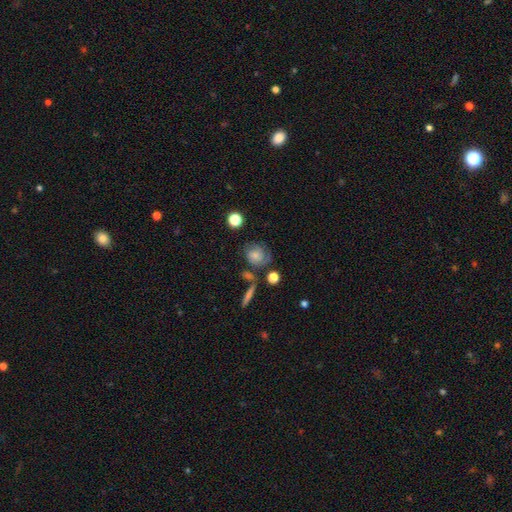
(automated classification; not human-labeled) This appears to be a featured or disk galaxy (46%). Merging: none (54%).